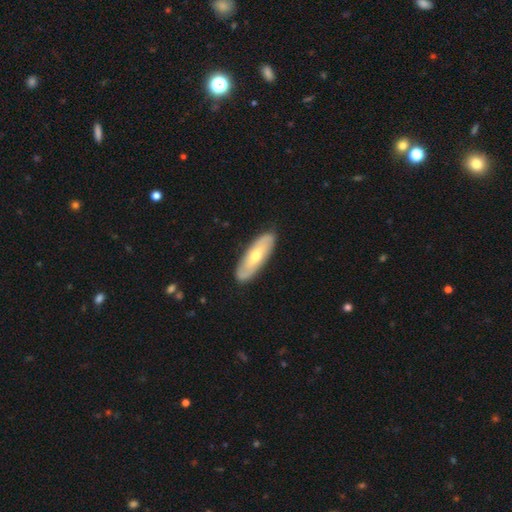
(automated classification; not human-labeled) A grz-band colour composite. It shows a featured or disk galaxy (53%). Merging: none (88%).